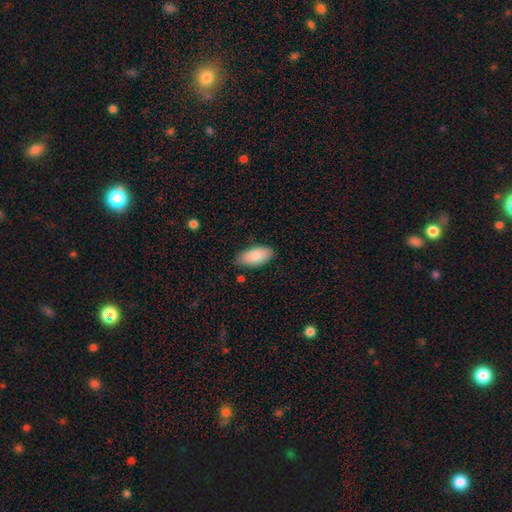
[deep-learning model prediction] This is clearly a smooth galaxy (87%). How rounded: clearly in between (93%). Merging: likely none (77%).